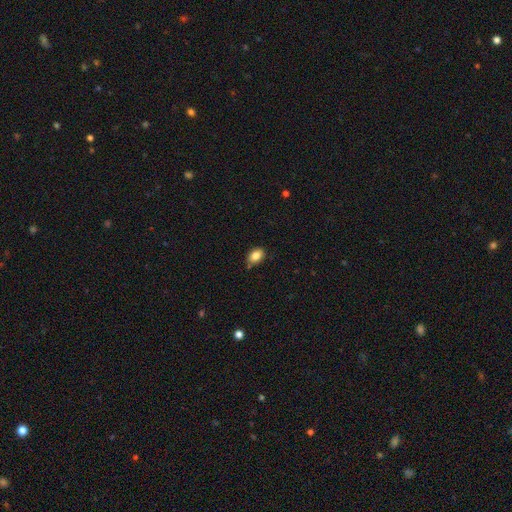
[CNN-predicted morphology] Smooth or featured: smooth — 85% (star or artifact — 9%)
How rounded: in between — 82% (round — 16%)
Merging: none — 77% (minor disturbance — 17%)